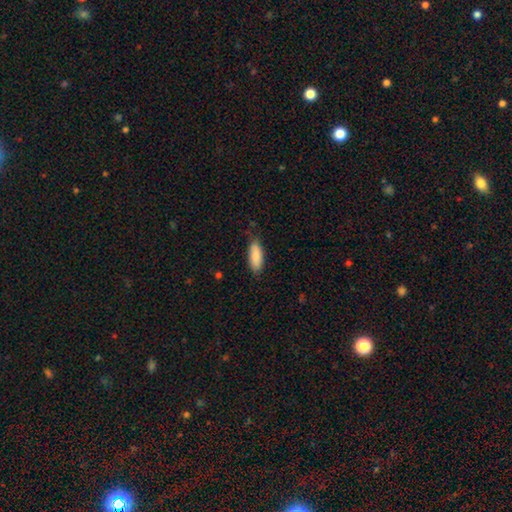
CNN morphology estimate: Smooth or featured? smooth (88%)
How rounded? in between (70%)
Merging? none (79%)